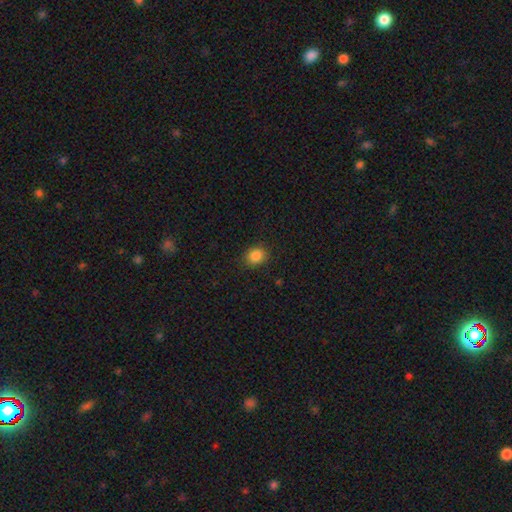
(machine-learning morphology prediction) The model was most divided on "how rounded": round: 68%, in between: 31%, cigar-shaped: 1%. More confident: merging — none (87%); smooth or featured — smooth (86%).